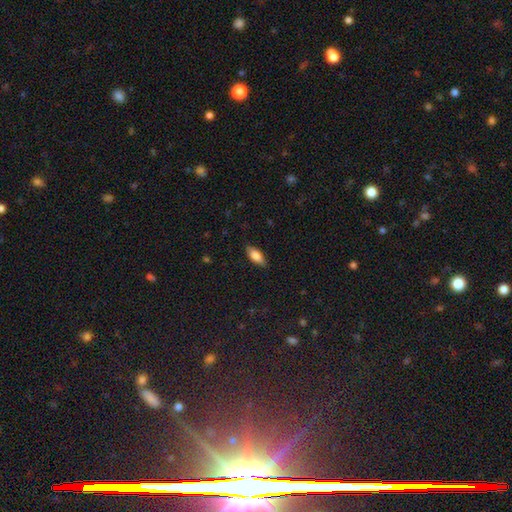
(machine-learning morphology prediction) The model was most divided on "how rounded": in between: 83%, cigar-shaped: 15%, round: 2%. More confident: merging — none (86%); smooth or featured — smooth (81%).